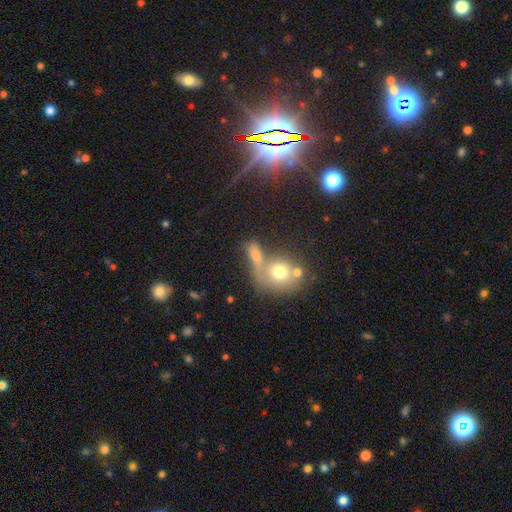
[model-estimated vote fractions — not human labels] smooth-or-featured: smooth: 70% | featured or disk: 16% | star or artifact: 15%
  how-rounded: in between: 49% | round: 38% | cigar-shaped: 13%
  merging: none: 42% | merger: 39% | minor disturbance: 11% | major disturbance: 8%